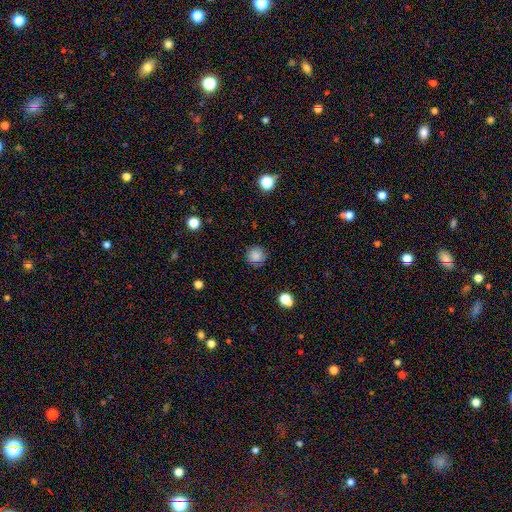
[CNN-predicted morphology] smooth-or-featured: smooth: 84% | star or artifact: 11% | featured or disk: 5%
  how-rounded: round: 94% | in between: 5% | cigar-shaped: 1%
  merging: none: 87% | minor disturbance: 9% | major disturbance: 2% | merger: 1%